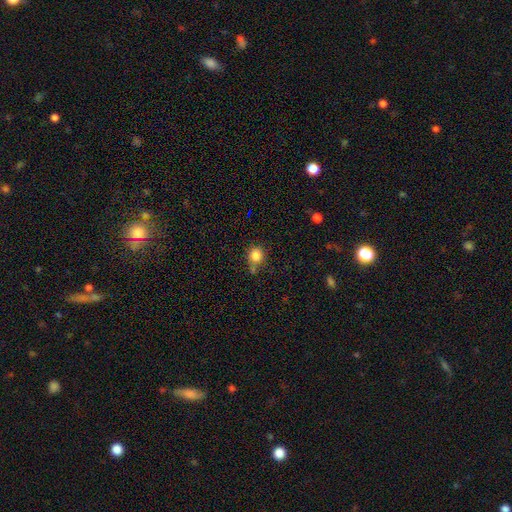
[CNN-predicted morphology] A smooth galaxy with no disk features (84%) that is round (88%). Merging: none (63%).